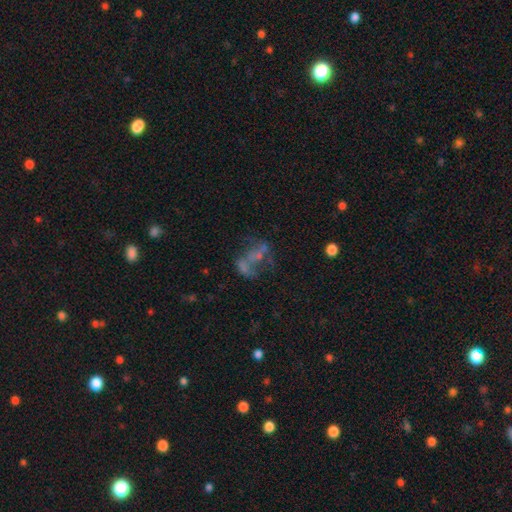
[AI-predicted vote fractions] This is possibly a featured or disk galaxy (52%). It is clearly not viewed edge-on (96%). Merging: marginally none (33%).